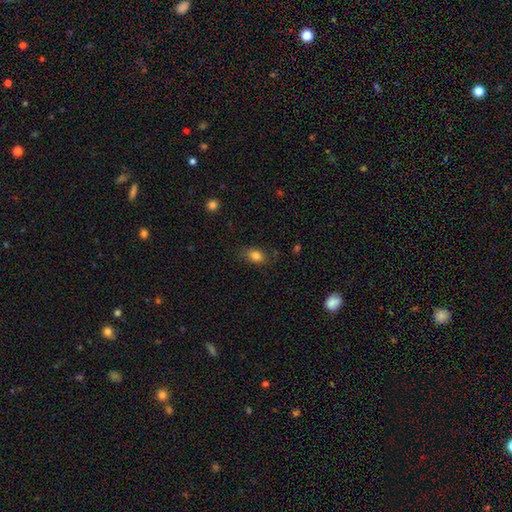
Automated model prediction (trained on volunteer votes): smooth-or-featured: smooth: 83% | star or artifact: 10% | featured or disk: 8%
  how-rounded: in between: 79% | round: 19% | cigar-shaped: 2%
  merging: none: 77% | minor disturbance: 17% | major disturbance: 5% | merger: 1%